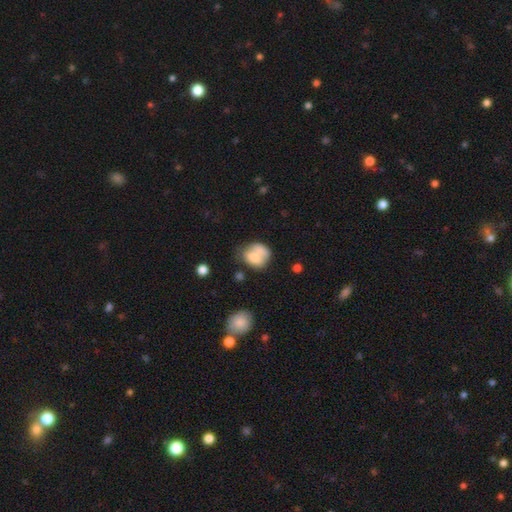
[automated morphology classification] A smooth galaxy with no disk features (72%) that is round (52%).

Vote fractions:
- Smooth or featured? smooth: 72% / featured or disk: 20% / star or artifact: 8%
- How rounded? round: 52% / in between: 47% / cigar-shaped: 1%
- Merging? none: 33% / merger: 32% / minor disturbance: 21% / major disturbance: 13%